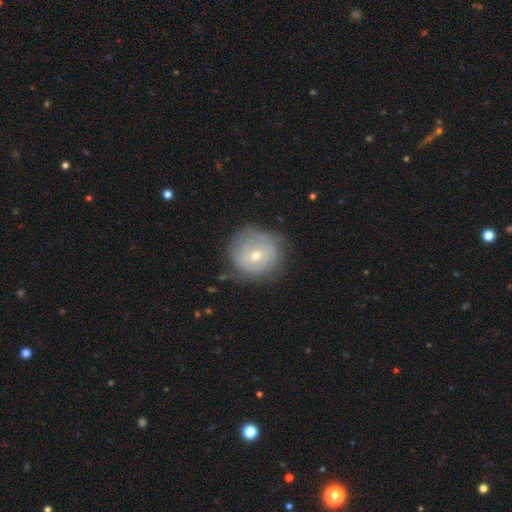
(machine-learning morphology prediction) This appears to be a featured or disk galaxy (69%) with no bar (69%), tight (74%) spiral arms (85%) and a small central bulge (50%). Merging: none (74%).